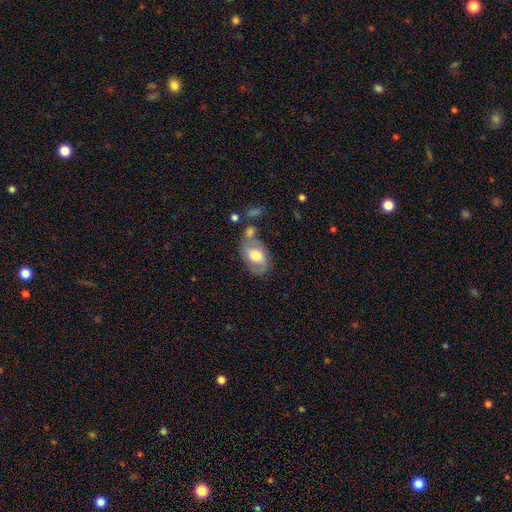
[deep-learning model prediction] Overall: smooth (47%; featured or disk 46%). Merging: none (50%; minor disturbance 21%).